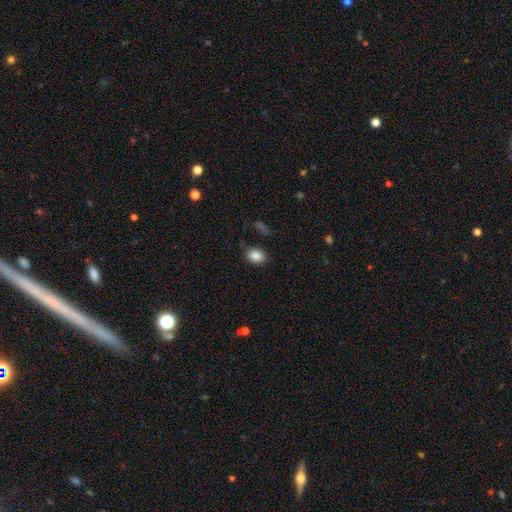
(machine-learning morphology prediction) smooth_or_featured: smooth (p=0.86) [alt: star or artifact p=0.09]
how_rounded: in between (p=0.71) [alt: round p=0.28]
merging: none (p=0.80) [alt: minor disturbance p=0.14]